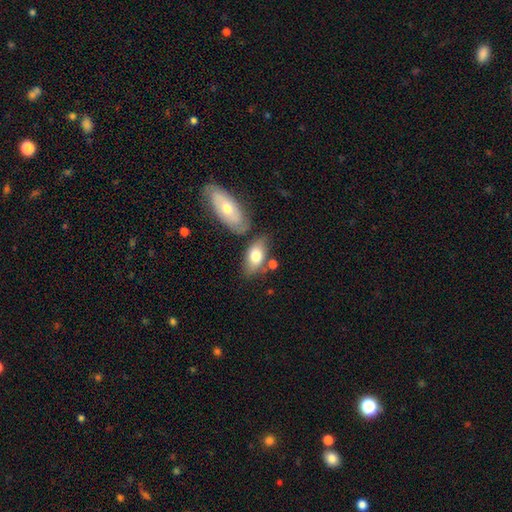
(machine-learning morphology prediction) A smooth galaxy with no disk features (74%) that is in between round and cigar-shaped (91%). Merging: none (59%).